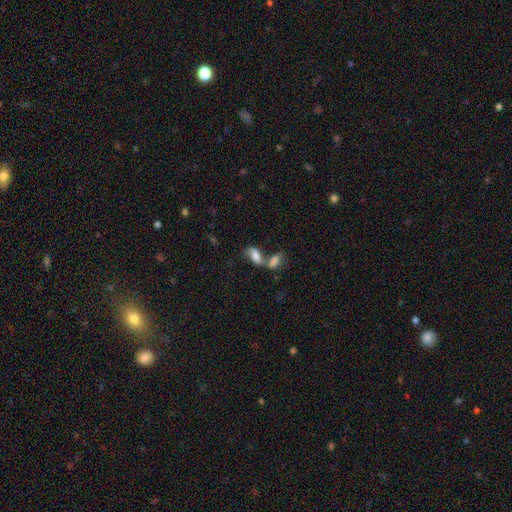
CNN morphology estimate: A smooth galaxy with no disk features (63%) that is in between round and cigar-shaped (80%). Merging: merger (61%).